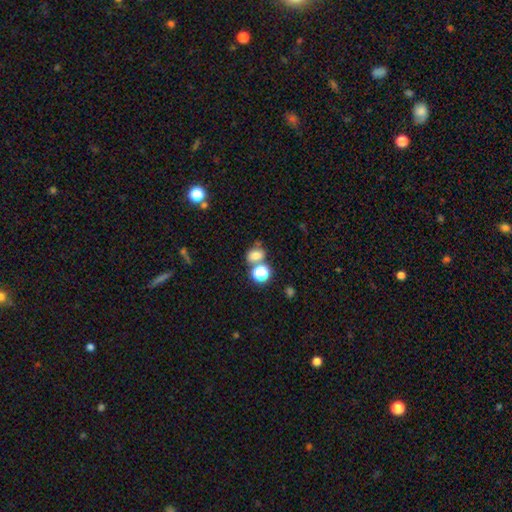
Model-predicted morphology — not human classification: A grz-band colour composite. It shows a smooth galaxy with no disk features (73%) that is in between round and cigar-shaped (55%). Merging: none (56%).